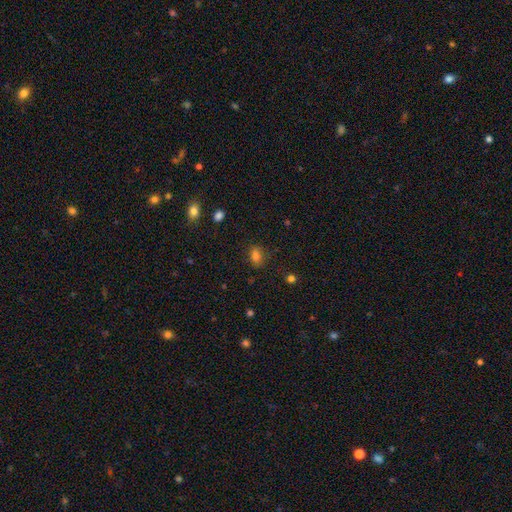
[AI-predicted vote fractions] smooth_or_featured: smooth (p=0.80) [alt: star or artifact p=0.14]
how_rounded: in between (p=0.77) [alt: round p=0.20]
merging: none (p=0.79) [alt: minor disturbance p=0.15]